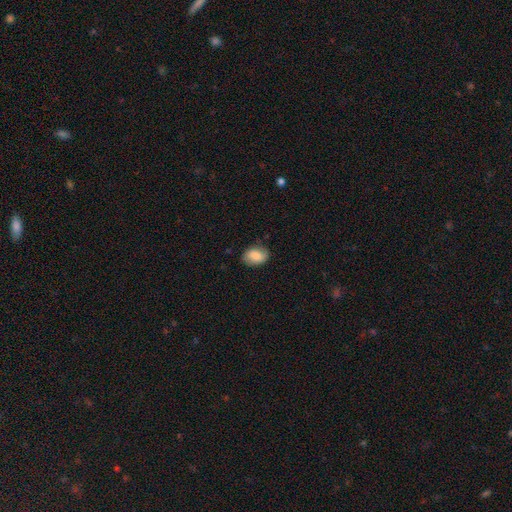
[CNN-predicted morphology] Smooth or featured?
  - smooth: 82% *
  - featured or disk: 11%
  - star or artifact: 7%
How rounded?
  - in between: 80% *
  - round: 19%
  - cigar-shaped: 1%
Merging?
  - none: 78% *
  - minor disturbance: 17%
  - major disturbance: 4%
  - merger: 1%